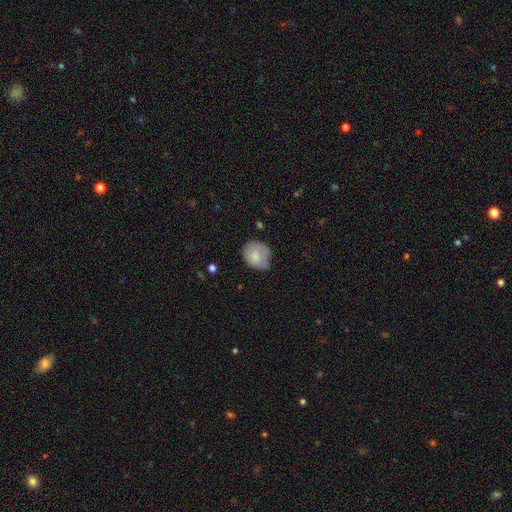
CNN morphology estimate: smooth-or-featured: smooth: 79% | featured or disk: 14% | star or artifact: 7%
  how-rounded: round: 66% | in between: 33% | cigar-shaped: 1%
  merging: none: 54% | minor disturbance: 34% | major disturbance: 10% | merger: 2%